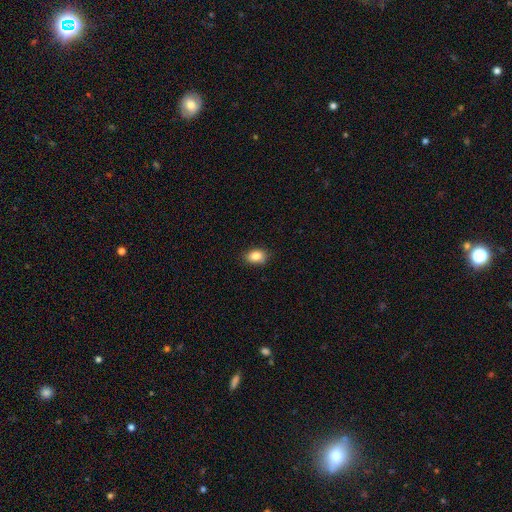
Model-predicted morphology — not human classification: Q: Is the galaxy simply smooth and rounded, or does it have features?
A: smooth — 85%.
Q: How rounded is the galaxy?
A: in between — 76%.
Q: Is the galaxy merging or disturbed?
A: none — 82%.